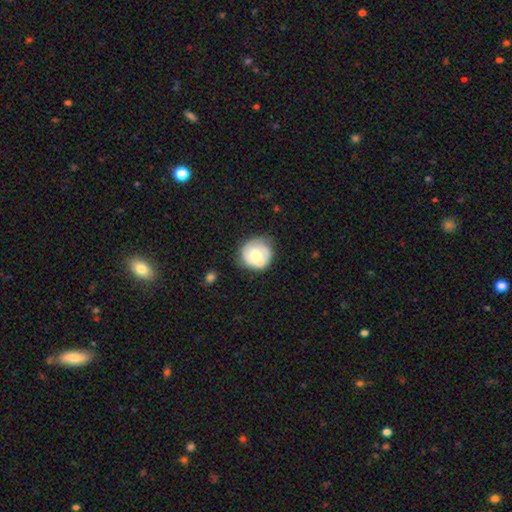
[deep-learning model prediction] A smooth galaxy with no disk features (55%) that is round (90%). Merging: none (63%).